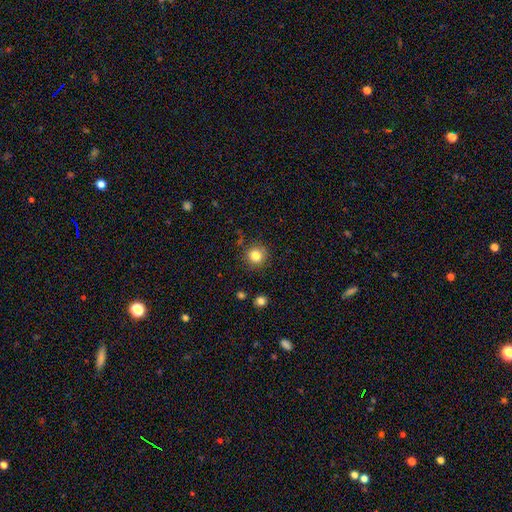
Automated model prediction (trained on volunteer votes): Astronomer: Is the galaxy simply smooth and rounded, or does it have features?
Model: smooth — 82%.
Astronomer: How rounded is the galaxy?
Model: round — 91%.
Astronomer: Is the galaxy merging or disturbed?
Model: none — 86%.